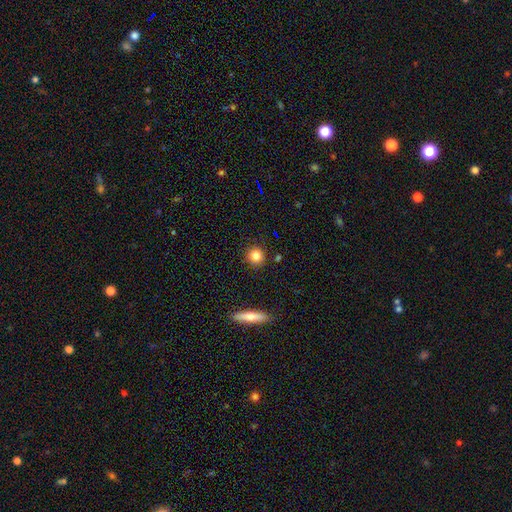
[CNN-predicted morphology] A smooth galaxy with no disk features (83%) that is round (91%). Merging: none (89%).